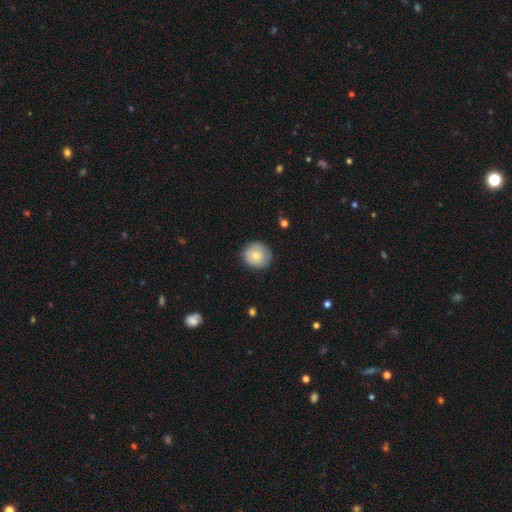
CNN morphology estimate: This is likely a smooth galaxy (75%). How rounded: clearly round (91%). Merging: clearly none (83%).